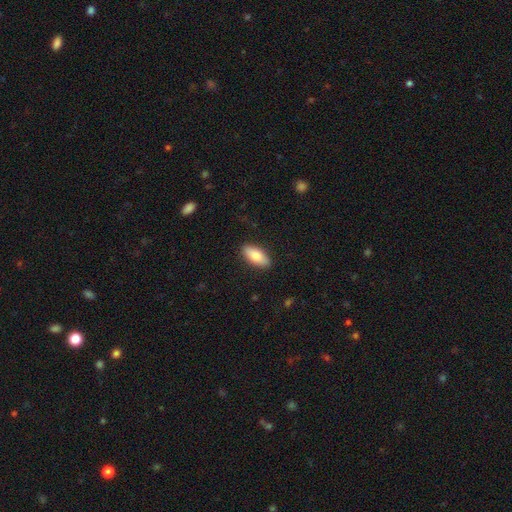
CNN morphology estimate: This is clearly a smooth galaxy (82%). How rounded: clearly in between (84%). Merging: clearly none (88%).